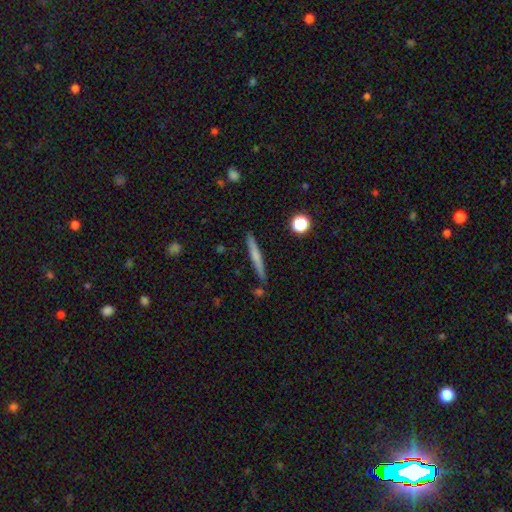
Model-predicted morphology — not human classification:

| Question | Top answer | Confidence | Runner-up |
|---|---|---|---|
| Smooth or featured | smooth | 56% | featured or disk (37%) |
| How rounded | cigar-shaped | 95% | in between (3%) |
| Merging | none | 88% | minor disturbance (8%) |